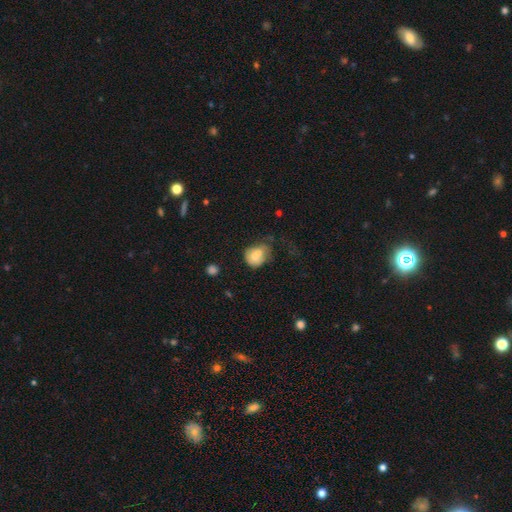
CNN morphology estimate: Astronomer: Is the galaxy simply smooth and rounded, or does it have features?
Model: smooth — 65%.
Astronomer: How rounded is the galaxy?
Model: round — 58% (runner-up: in between, 41%).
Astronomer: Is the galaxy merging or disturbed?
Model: merger — 36% (runner-up: none, 30%).